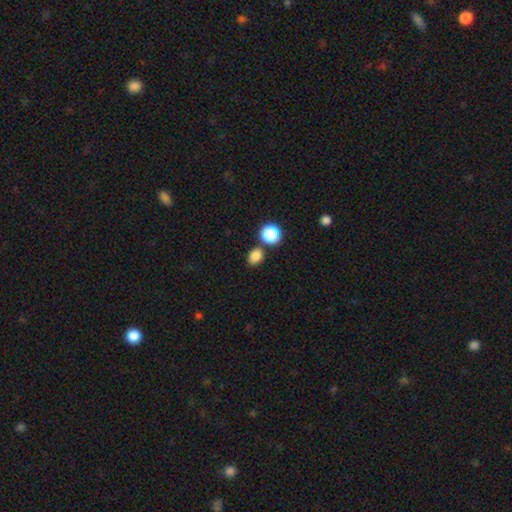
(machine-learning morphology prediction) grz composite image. It shows a smooth galaxy with no disk features (82%) that is in between round and cigar-shaped (50%). Merging: none (74%).